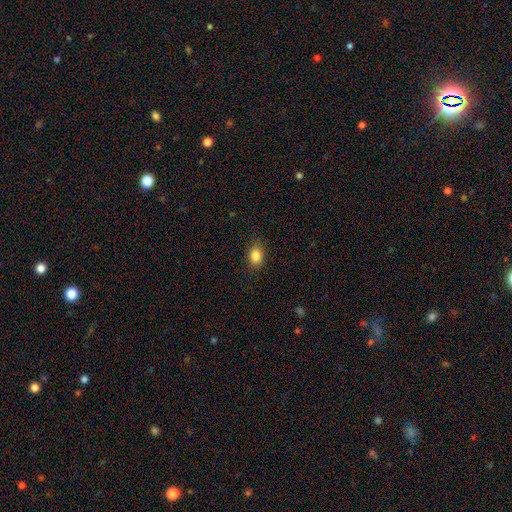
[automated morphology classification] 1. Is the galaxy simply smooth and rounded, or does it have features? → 86% smooth, 9% star or artifact, 5% featured or disk.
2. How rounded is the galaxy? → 72% in between, 27% round, 1% cigar-shaped.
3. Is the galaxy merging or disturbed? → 86% none, 11% minor disturbance, 3% major disturbance, 1% merger.